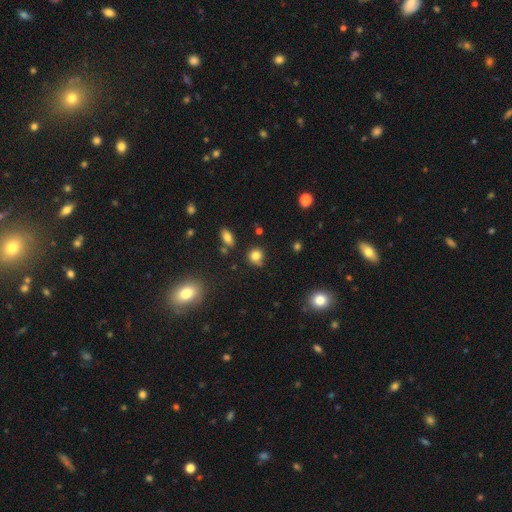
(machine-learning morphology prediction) Q: Smooth or featured?
A: smooth (80%); runner-up: star or artifact (12%)
Q: How rounded?
A: round (82%); runner-up: in between (17%)
Q: Merging?
A: none (66%); runner-up: minor disturbance (22%)